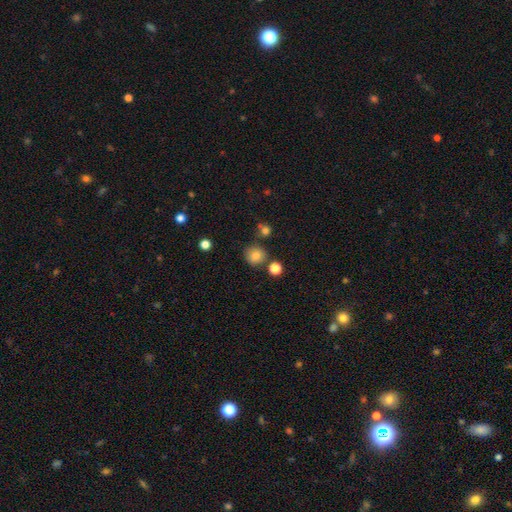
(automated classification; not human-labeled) smooth-or-featured: smooth: 81% | star or artifact: 12% | featured or disk: 7%
  how-rounded: round: 89% | in between: 10% | cigar-shaped: 1%
  merging: none: 78% | minor disturbance: 11% | merger: 8% | major disturbance: 3%